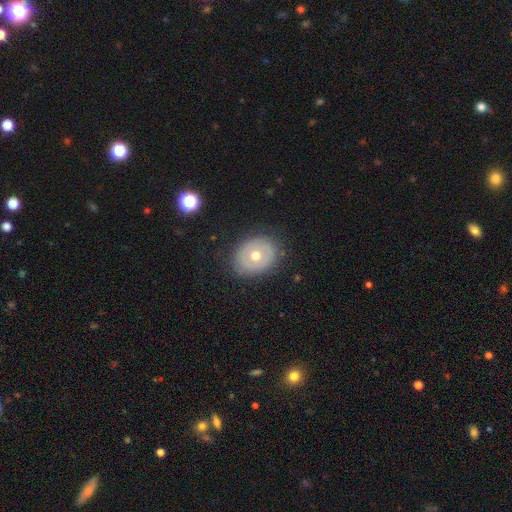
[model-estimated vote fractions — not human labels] Smooth or featured? Predicted: smooth (p=0.51). How rounded? Predicted: round (p=0.54). Merging? Predicted: none (p=0.84).